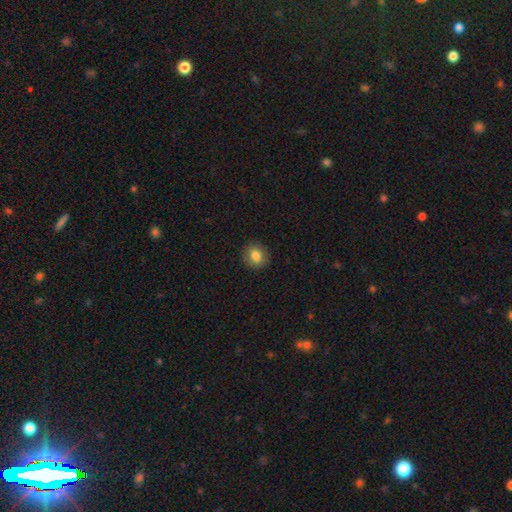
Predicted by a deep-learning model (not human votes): Smooth or featured?
  - smooth: 83% *
  - star or artifact: 9%
  - featured or disk: 8%
How rounded?
  - round: 80% *
  - in between: 19%
  - cigar-shaped: 1%
Merging?
  - none: 90% *
  - minor disturbance: 7%
  - major disturbance: 2%
  - merger: 1%